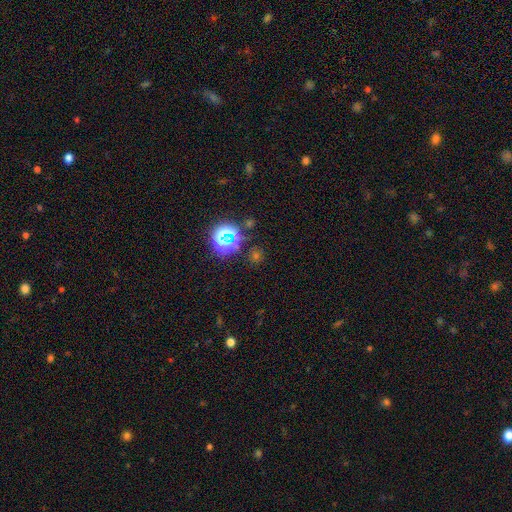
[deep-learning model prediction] Smooth or featured?
  - star or artifact: 51% *
  - smooth: 42%
  - featured or disk: 7%